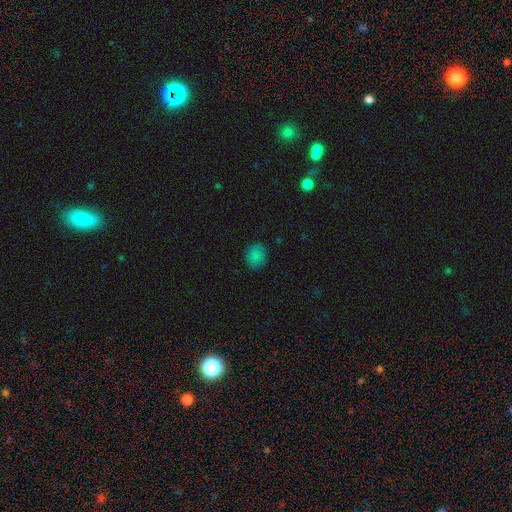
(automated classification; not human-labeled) Morphology: type=smooth (84%); roundness=round (71%); merging=none (87%).